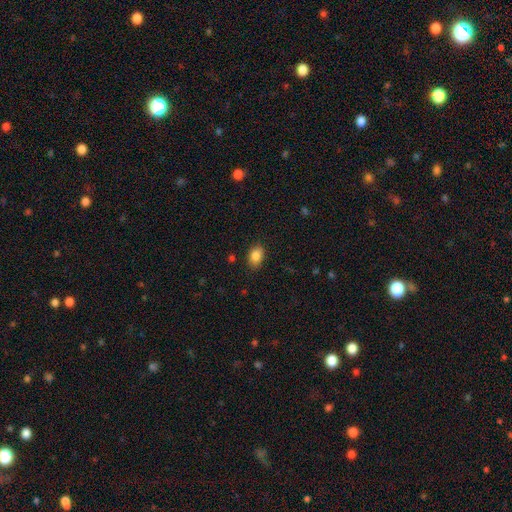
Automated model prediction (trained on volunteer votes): A smooth galaxy with no disk features (86%) that is in between round and cigar-shaped (81%). Merging: none (85%).